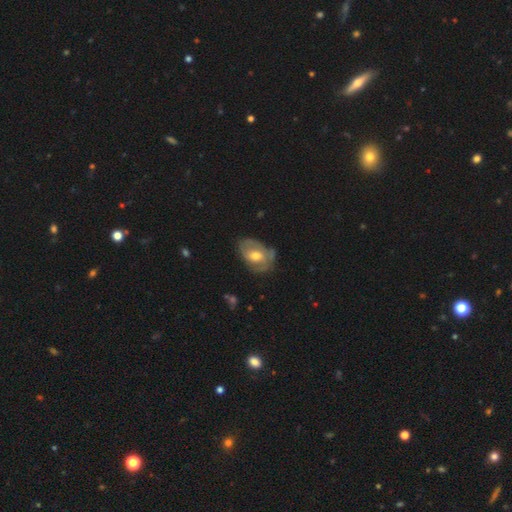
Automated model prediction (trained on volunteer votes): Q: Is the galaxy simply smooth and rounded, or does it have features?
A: featured or disk — 62%.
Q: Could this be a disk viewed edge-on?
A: no — 95%.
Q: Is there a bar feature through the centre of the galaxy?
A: no — 56%.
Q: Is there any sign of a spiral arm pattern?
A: yes — 70%.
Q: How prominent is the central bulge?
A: moderate — 72%.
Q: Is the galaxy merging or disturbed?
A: none — 58%.